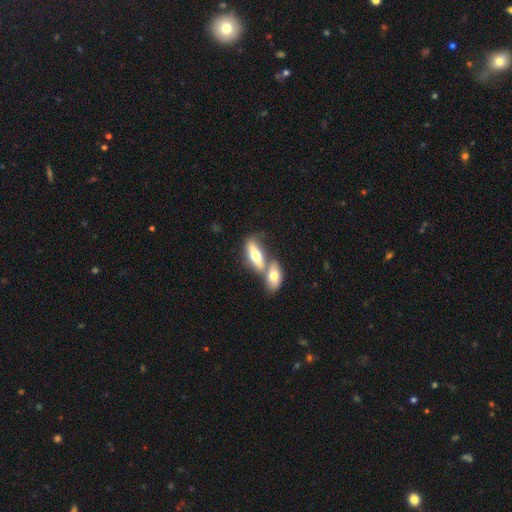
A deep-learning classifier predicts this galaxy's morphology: Smooth or featured?
  - smooth: 55% *
  - featured or disk: 39%
  - star or artifact: 6%
How rounded?
  - in between: 66% *
  - cigar-shaped: 31%
  - round: 4%
Merging?
  - merger: 58% *
  - none: 31%
  - minor disturbance: 7%
  - major disturbance: 3%